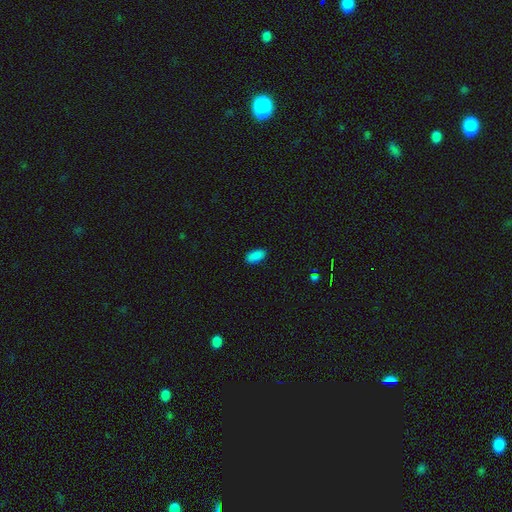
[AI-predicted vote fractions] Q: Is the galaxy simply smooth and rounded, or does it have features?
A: smooth — 88%.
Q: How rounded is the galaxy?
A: in between — 92%.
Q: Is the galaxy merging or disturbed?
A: none — 87%.